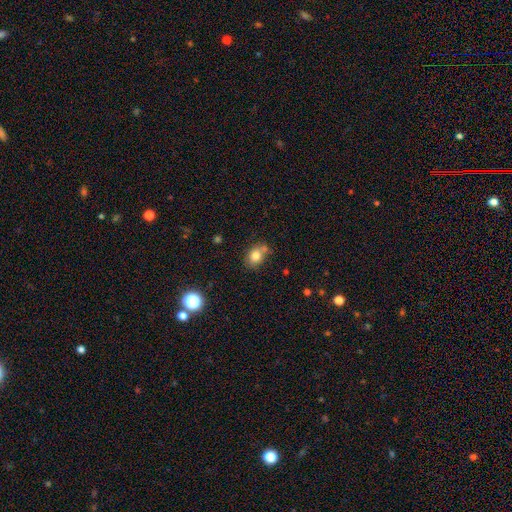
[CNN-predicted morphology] Overall: smooth (78%). How rounded: in between (55%; round 44%). Merging: none (57%; minor disturbance 19%).